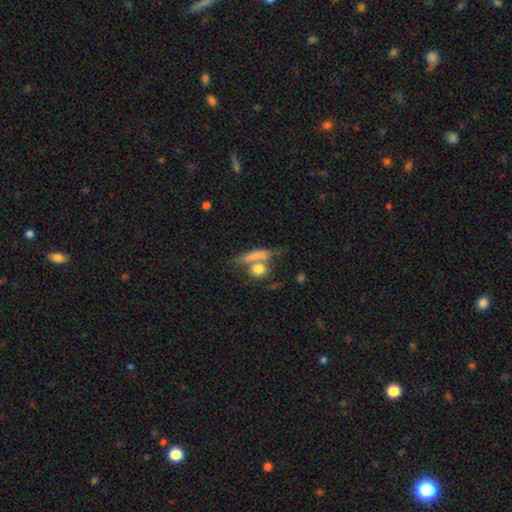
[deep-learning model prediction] This appears to be a smooth galaxy with no disk features (69%) that is cigar-shaped (44%). Merging: none (47%).